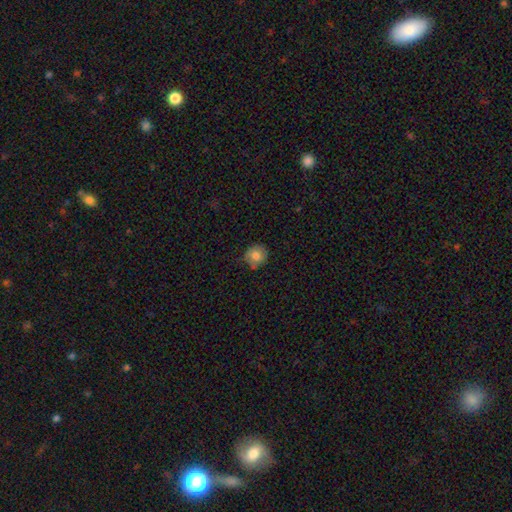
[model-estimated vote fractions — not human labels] Morphology: type=smooth (78%); roundness=round (88%); merging=none (74%).